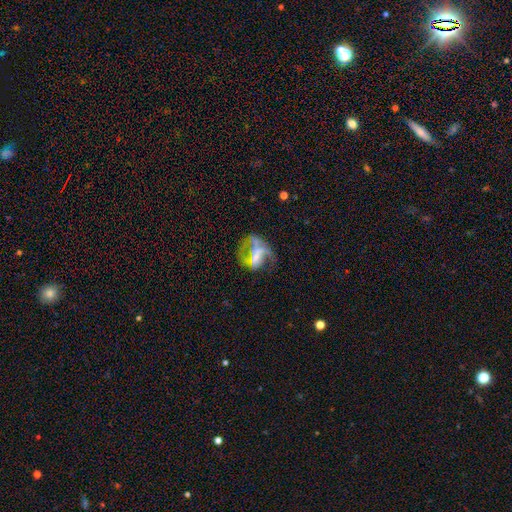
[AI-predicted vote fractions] Overall: featured or disk (66%). Edge-on disk: no (97%). Bar: no (50%; weak 32%). Spiral arms: yes (54%; no 46%). Bulge size: small (39%; moderate 28%). Merging: major disturbance (44%; none 30%).